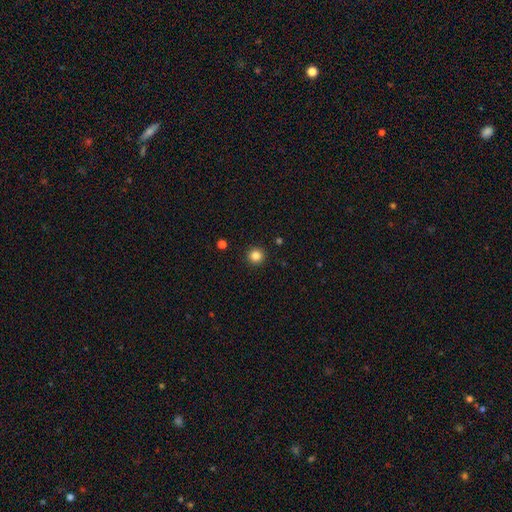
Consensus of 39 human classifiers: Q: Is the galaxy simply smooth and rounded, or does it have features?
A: smooth — 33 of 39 (85%).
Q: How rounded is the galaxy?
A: round — 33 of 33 (100%).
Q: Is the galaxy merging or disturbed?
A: none — 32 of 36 (89%).